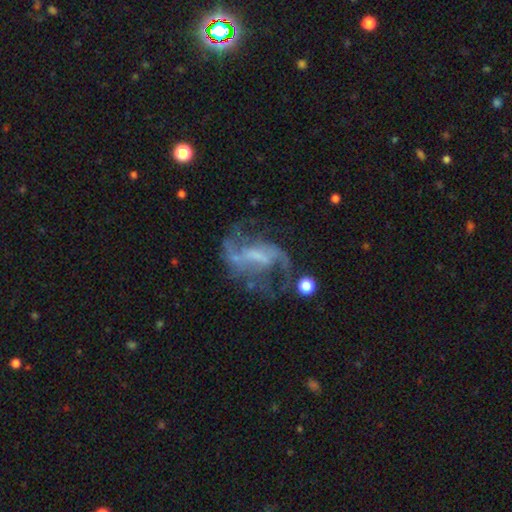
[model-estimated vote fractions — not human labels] The model was most divided on "bar": weak: 40%, strong: 37%, no: 23%. Remaining: edge-on disk — no (96%); spiral arms — yes (82%); smooth or featured — featured or disk (80%); spiral arm count — 2 (71%); spiral winding — loose (54%); bulge size — none (51%); merging — none (47%).